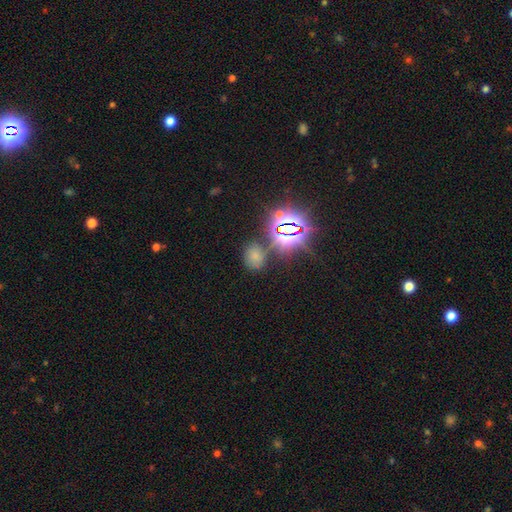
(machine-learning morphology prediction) Q: Smooth or featured?
A: smooth (52%); runner-up: star or artifact (39%)
Q: How rounded?
A: in between (61%); runner-up: round (37%)
Q: Merging?
A: none (68%); runner-up: minor disturbance (16%)